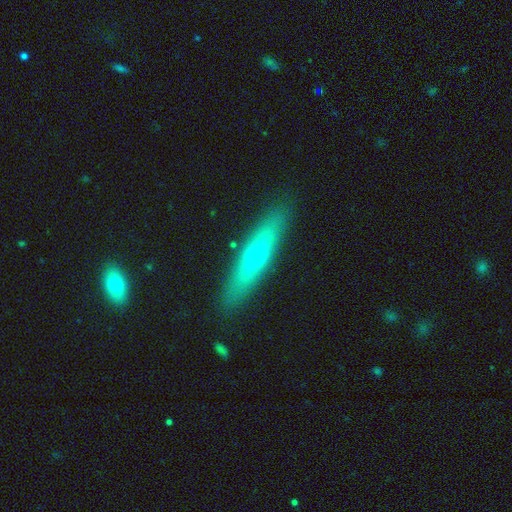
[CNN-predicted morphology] Smooth or featured: smooth — 48% (featured or disk — 45%)
Merging: none — 87% (minor disturbance — 9%)